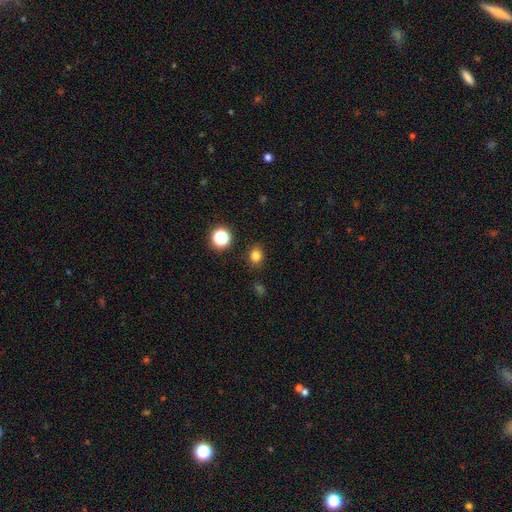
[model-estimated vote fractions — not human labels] A smooth galaxy with no disk features (80%) that is round (66%).

Vote fractions:
- Smooth or featured? smooth: 80% / star or artifact: 16% / featured or disk: 4%
- How rounded? round: 66% / in between: 33% / cigar-shaped: 1%
- Merging? none: 87% / minor disturbance: 9% / major disturbance: 3% / merger: 2%